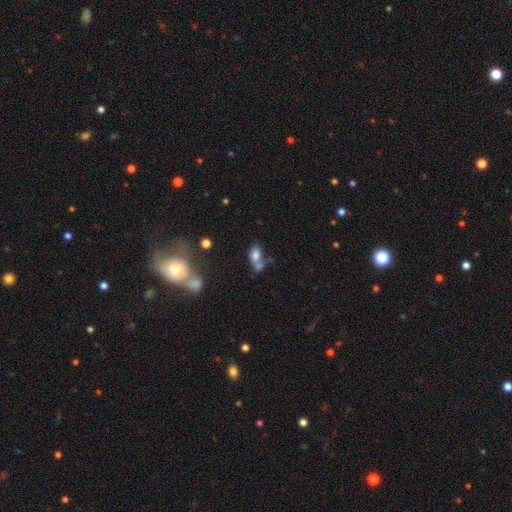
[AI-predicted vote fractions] smooth-or-featured: smooth: 72% | featured or disk: 16% | star or artifact: 12%
  how-rounded: in between: 84% | round: 12% | cigar-shaped: 4%
  merging: merger: 45% | none: 31% | minor disturbance: 14% | major disturbance: 10%